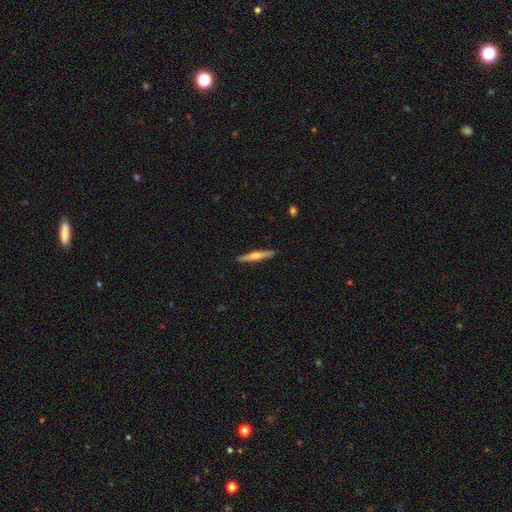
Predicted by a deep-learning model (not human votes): Smooth or featured?
  - featured or disk: 53% *
  - smooth: 42%
  - star or artifact: 5%
Edge-on disk?
  - yes: 97% *
  - no: 3%
Edge-on bulge?
  - rounded: 81% *
  - none: 12%
  - boxy: 7%
Merging?
  - none: 91% *
  - minor disturbance: 6%
  - major disturbance: 1%
  - merger: 1%